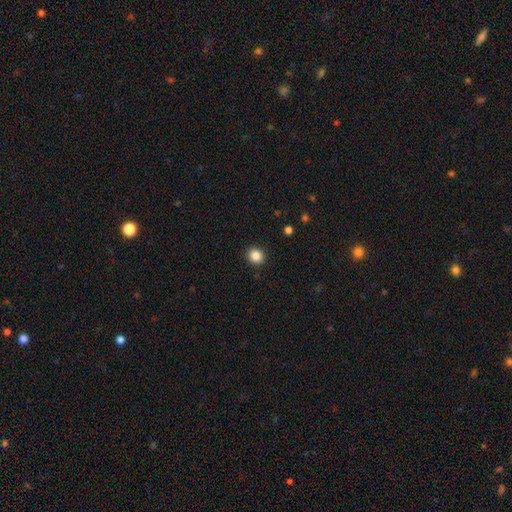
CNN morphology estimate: Smooth or featured? smooth (86%)
How rounded? round (83%)
Merging? none (92%)